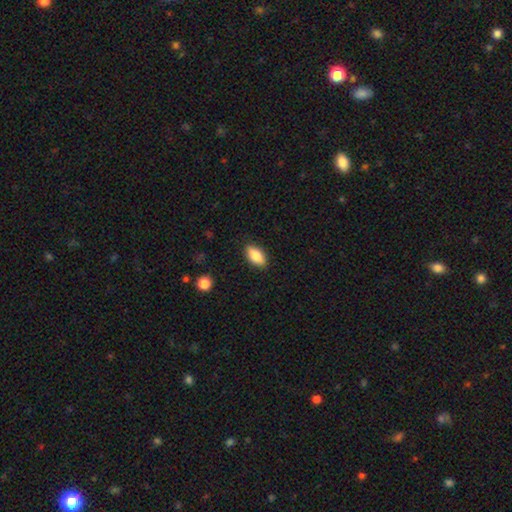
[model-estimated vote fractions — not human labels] smooth-or-featured: smooth: 82% | featured or disk: 11% | star or artifact: 7%
  how-rounded: in between: 88% | cigar-shaped: 8% | round: 4%
  merging: none: 87% | minor disturbance: 9% | major disturbance: 2% | merger: 1%